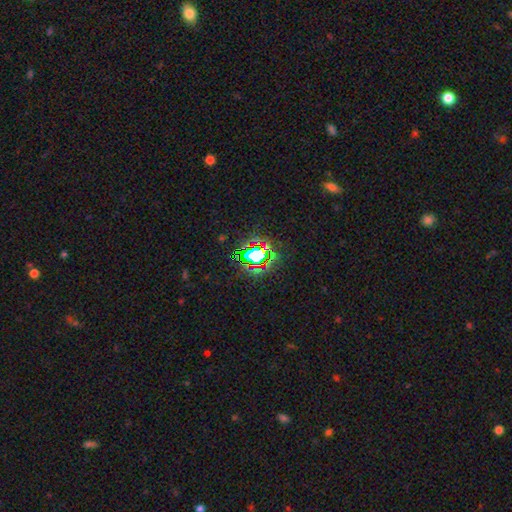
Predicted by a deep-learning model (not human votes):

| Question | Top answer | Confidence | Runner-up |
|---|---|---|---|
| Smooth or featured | star or artifact | 70% | smooth (18%) |